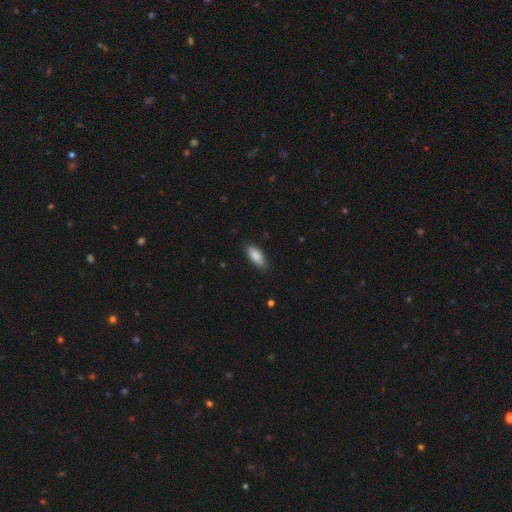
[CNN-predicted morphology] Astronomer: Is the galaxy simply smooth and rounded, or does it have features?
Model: smooth — 87%.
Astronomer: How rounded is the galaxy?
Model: in between — 83%.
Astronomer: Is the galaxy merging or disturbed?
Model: none — 85%.